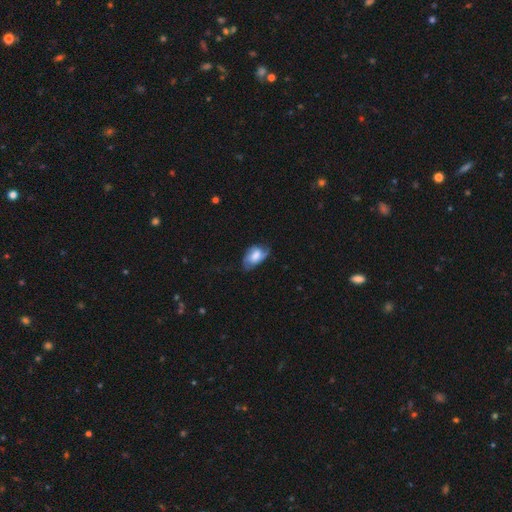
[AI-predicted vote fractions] Smooth or featured: smooth — 47% (featured or disk — 45%)
Merging: none — 51% (minor disturbance — 31%)